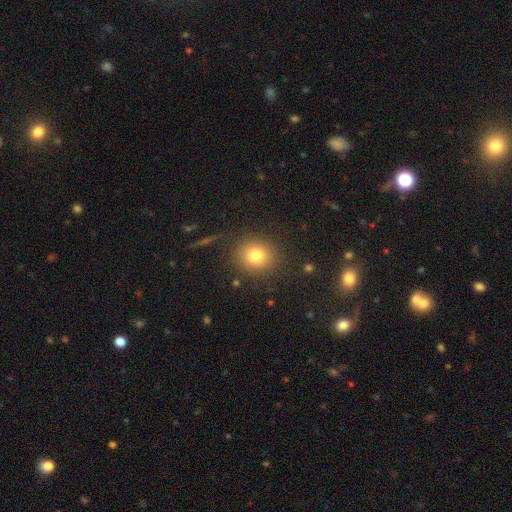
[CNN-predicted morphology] Overall: smooth (79%). How rounded: round (83%). Merging: none (87%).